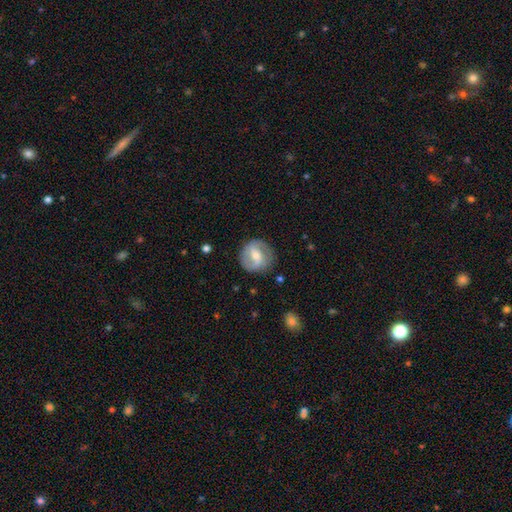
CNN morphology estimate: featured or disk 64%, smooth 30%, star or artifact 6%. Down the decision tree: edge-on disk — no (97%); bar — weak (45%); spiral arms — yes (76%); bulge size — moderate (52%); merging — none (81%).